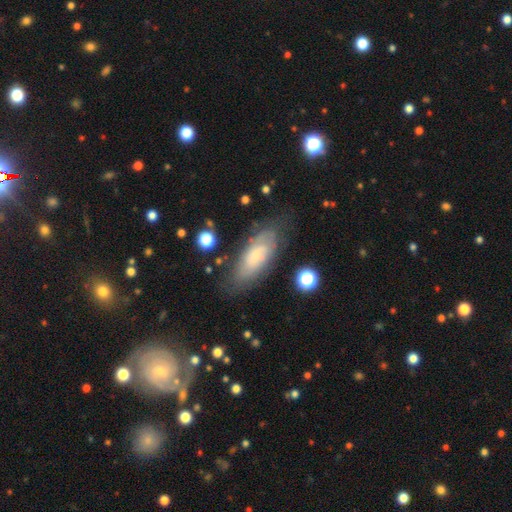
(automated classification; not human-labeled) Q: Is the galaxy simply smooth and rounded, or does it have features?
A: featured or disk — 48%.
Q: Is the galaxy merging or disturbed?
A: none — 69%.